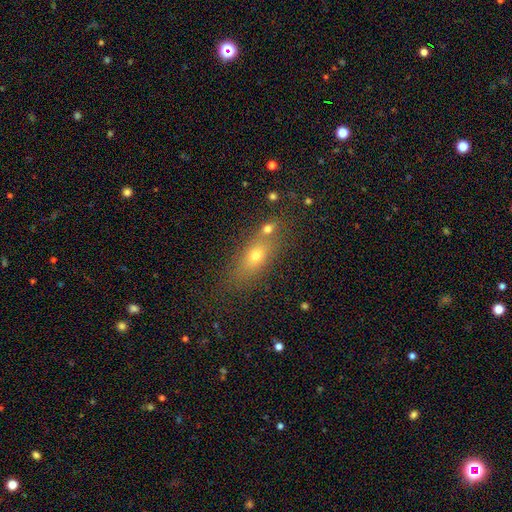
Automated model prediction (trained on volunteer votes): Smooth or featured? smooth (65%)
How rounded? in between (60%)
Merging? none (63%)